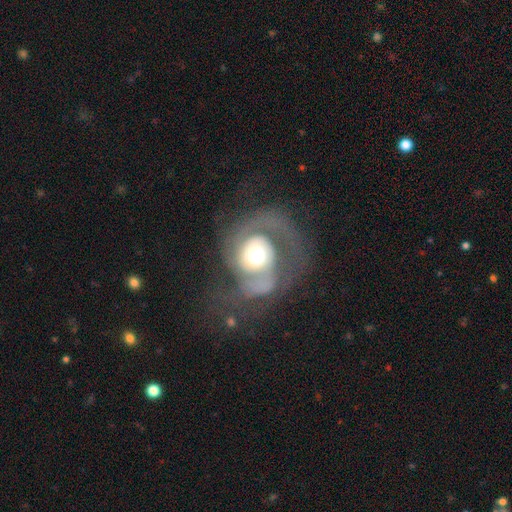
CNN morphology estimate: type=featured or disk (81%); edge-on=no (98%); bar=no (73%); spiral arms=yes (92%); winding=medium (42%); arm count=2 (47%); bulge=moderate (57%); merging=none (46%).